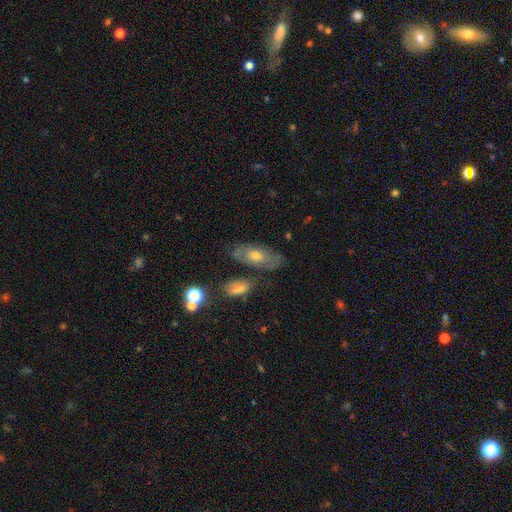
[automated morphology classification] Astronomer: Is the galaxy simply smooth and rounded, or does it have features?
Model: featured or disk — 49% (runner-up: smooth, 41%).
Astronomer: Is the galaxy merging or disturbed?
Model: none — 71%.